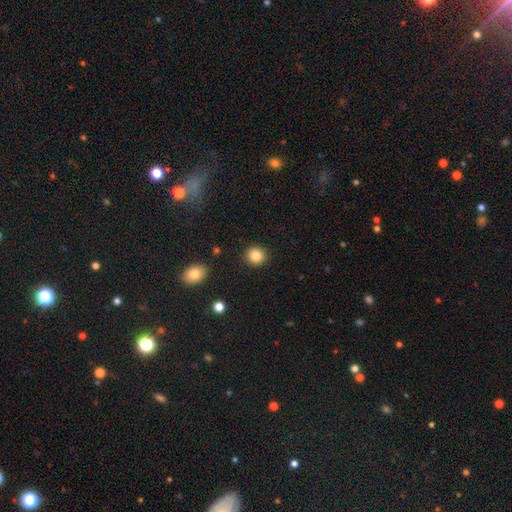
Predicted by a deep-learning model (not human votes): Smooth or featured? Predicted: smooth (p=0.85). How rounded? Predicted: round (p=0.89). Merging? Predicted: none (p=0.91).